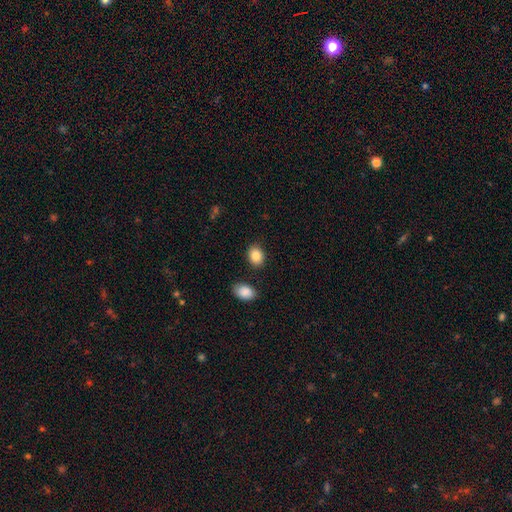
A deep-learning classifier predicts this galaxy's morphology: A smooth galaxy with no disk features (86%) that is in between round and cigar-shaped (61%). Merging: none (85%).